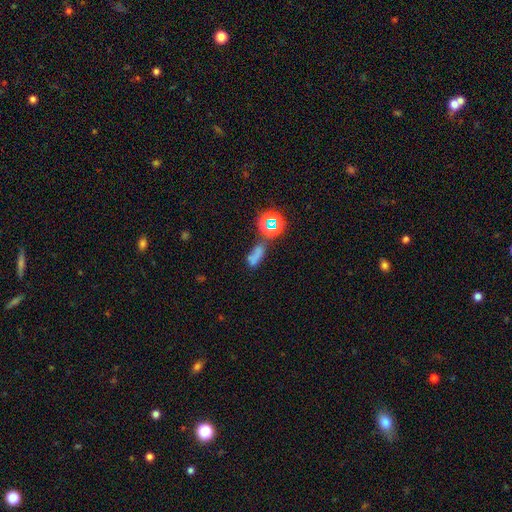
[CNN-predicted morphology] smooth-or-featured: smooth: 55% | star or artifact: 29% | featured or disk: 15%
  how-rounded: in between: 61% | cigar-shaped: 23% | round: 16%
  merging: none: 38% | merger: 28% | minor disturbance: 18% | major disturbance: 16%